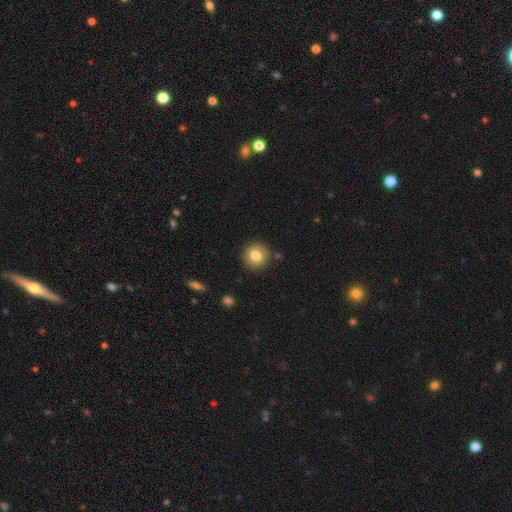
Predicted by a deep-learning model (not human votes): A smooth galaxy with no disk features (81%) that is round (88%). Merging: none (88%).